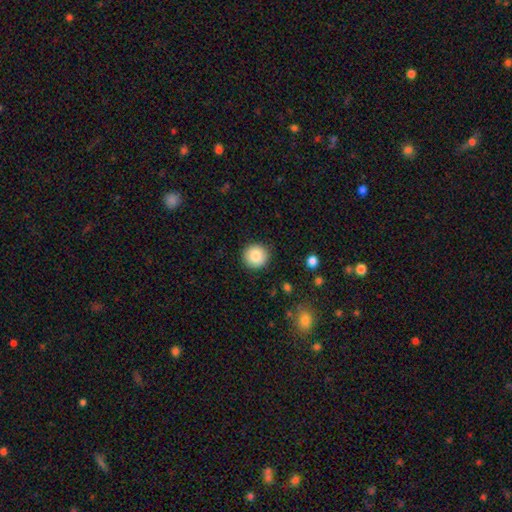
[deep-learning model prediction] smooth 86%, star or artifact 8%, featured or disk 6%. Down the decision tree: how rounded — round (94%); merging — none (91%).